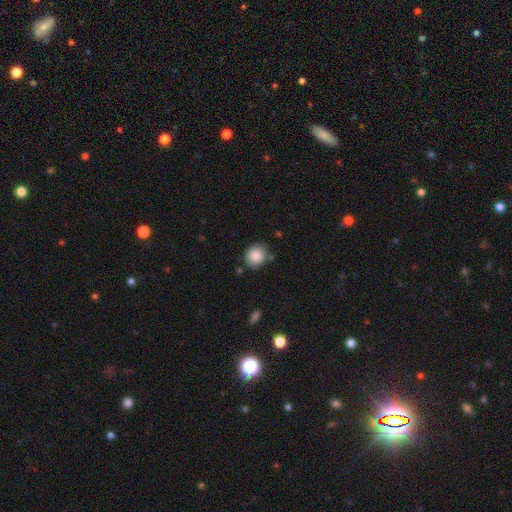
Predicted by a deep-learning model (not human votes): smooth-or-featured: smooth: 87% | star or artifact: 8% | featured or disk: 5%
  how-rounded: round: 80% | in between: 19% | cigar-shaped: 1%
  merging: none: 78% | minor disturbance: 14% | merger: 4% | major disturbance: 3%